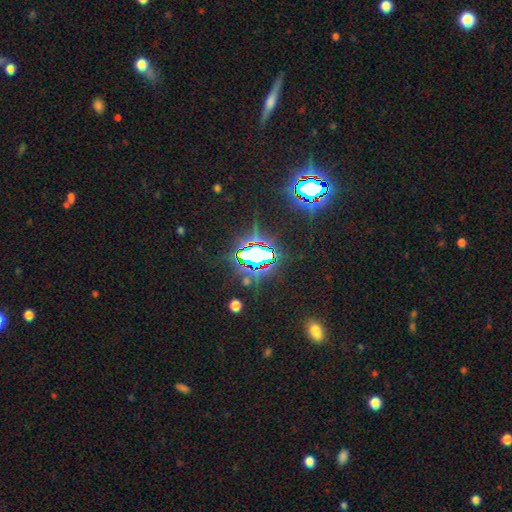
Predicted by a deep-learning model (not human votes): Smooth or featured? Predicted: star or artifact (p=0.77).